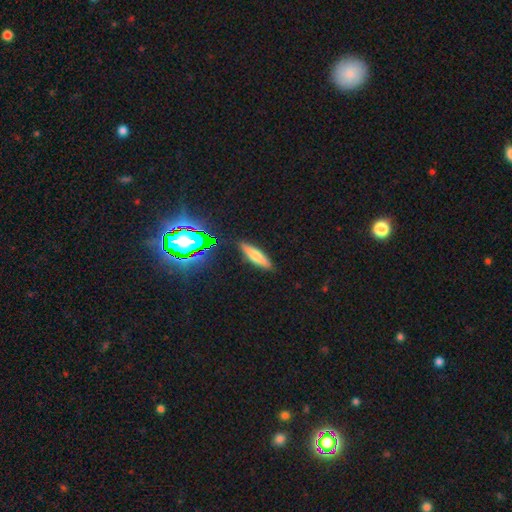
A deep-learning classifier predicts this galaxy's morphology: A smooth galaxy with no disk features (61%) that is cigar-shaped (73%).

Vote fractions:
- Smooth or featured? smooth: 61% / featured or disk: 27% / star or artifact: 12%
- How rounded? cigar-shaped: 73% / in between: 25% / round: 2%
- Merging? none: 87% / minor disturbance: 9% / major disturbance: 2% / merger: 2%